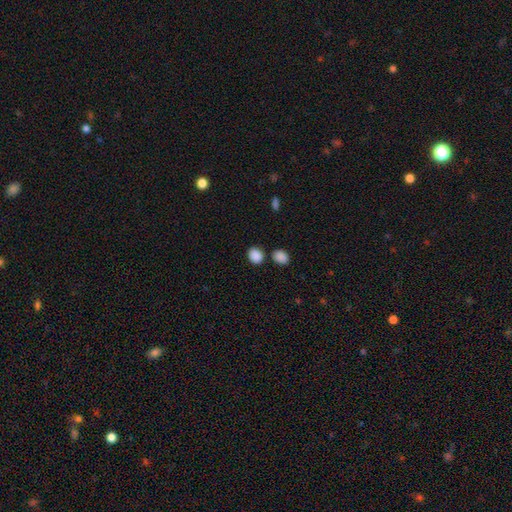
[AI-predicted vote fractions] A smooth galaxy with no disk features (88%) that is round (51%). Merging: none (77%).